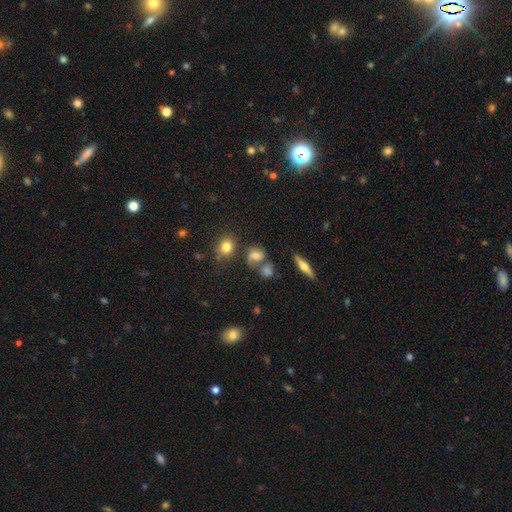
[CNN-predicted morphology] This is possibly a smooth galaxy (53%). How rounded: likely round (60%). Merging: possibly none (56%).